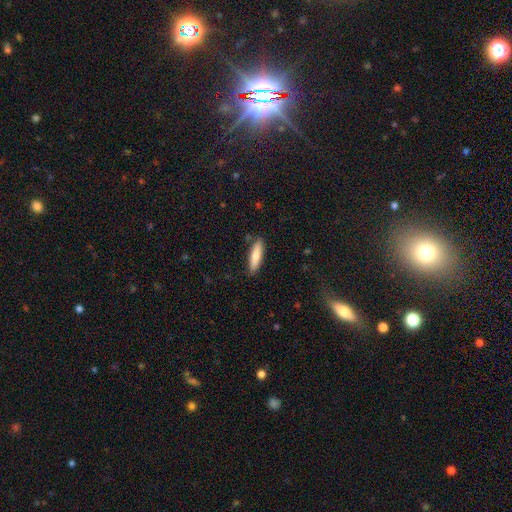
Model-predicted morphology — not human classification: Smooth or featured? Predicted: smooth (p=0.80). How rounded? Predicted: cigar-shaped (p=0.69). Merging? Predicted: none (p=0.86).